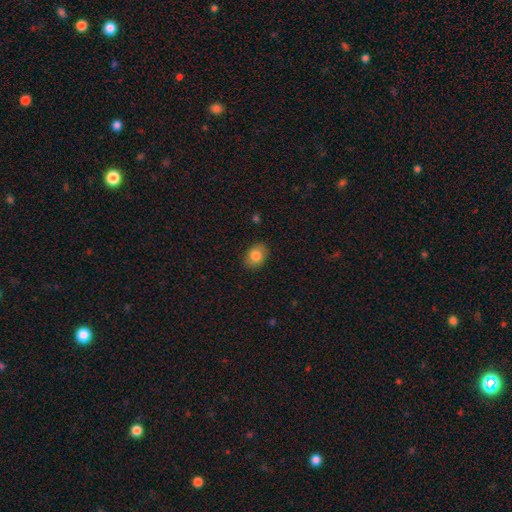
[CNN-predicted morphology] Overall: smooth (83%). How rounded: in between (67%; round 32%). Merging: none (86%).